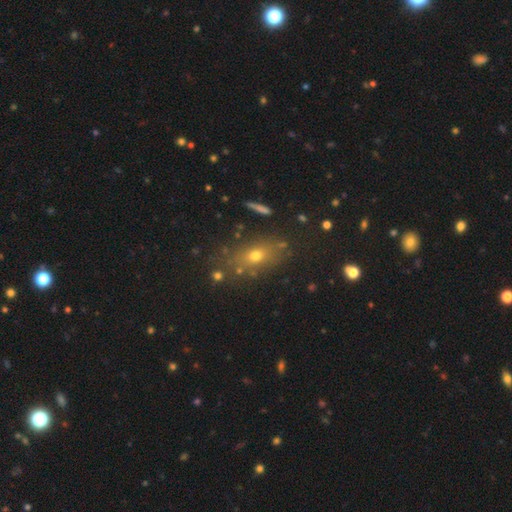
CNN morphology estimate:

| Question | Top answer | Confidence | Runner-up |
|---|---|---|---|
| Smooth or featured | smooth | 63% | featured or disk (19%) |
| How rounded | in between | 64% | round (25%) |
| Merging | none | 77% | minor disturbance (13%) |